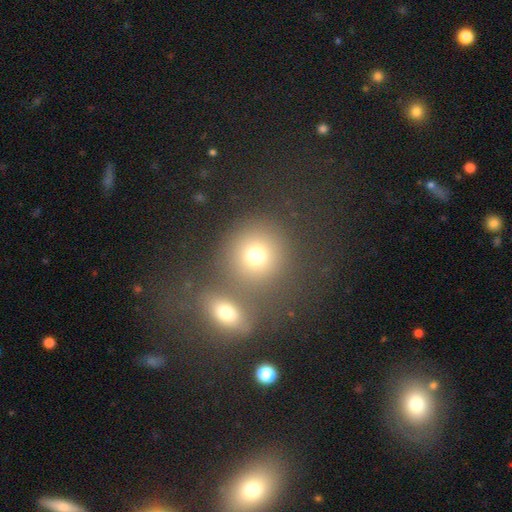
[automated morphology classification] smooth_or_featured: smooth (p=0.74) [alt: star or artifact p=0.15]
how_rounded: round (p=0.85) [alt: in between p=0.14]
merging: none (p=0.59) [alt: merger p=0.28]